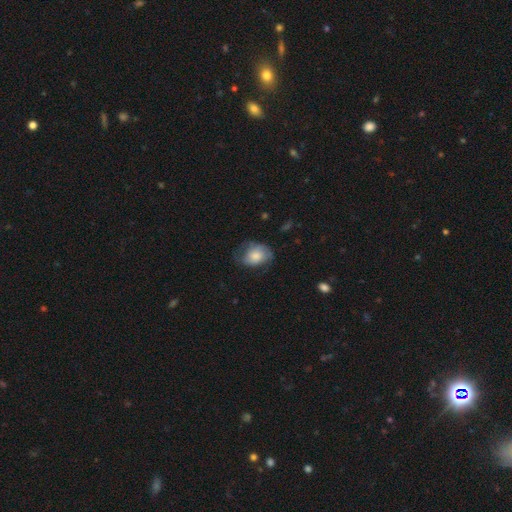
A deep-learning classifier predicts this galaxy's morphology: smooth_or_featured: smooth (p=0.68) [alt: featured or disk p=0.25]
how_rounded: in between (p=0.69) [alt: round p=0.30]
merging: none (p=0.50) [alt: minor disturbance p=0.32]